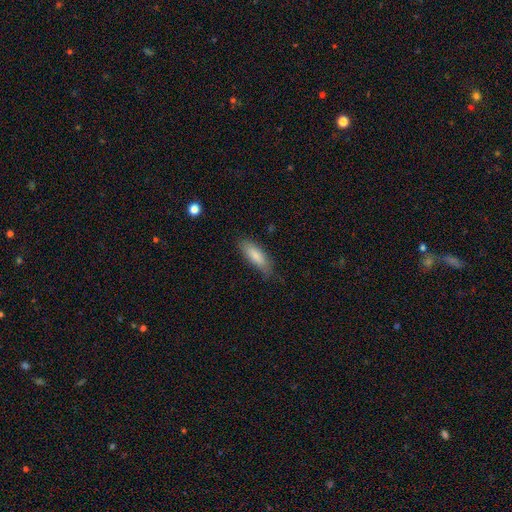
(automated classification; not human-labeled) Smooth or featured?
  - smooth: 83% *
  - featured or disk: 11%
  - star or artifact: 6%
How rounded?
  - in between: 63% *
  - cigar-shaped: 35%
  - round: 2%
Merging?
  - none: 73% *
  - minor disturbance: 21%
  - major disturbance: 4%
  - merger: 1%